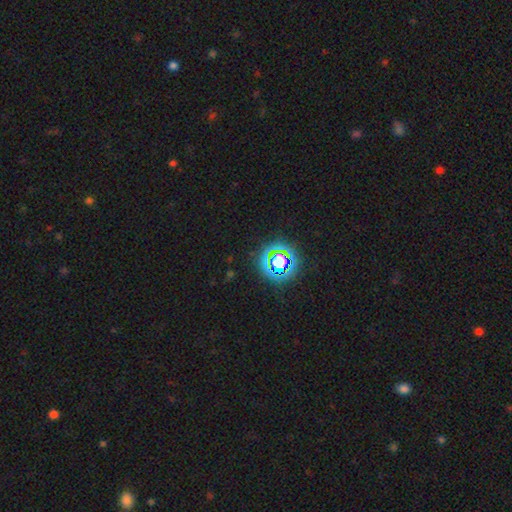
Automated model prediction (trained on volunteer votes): Smooth or featured: star or artifact — 80% (smooth — 14%)